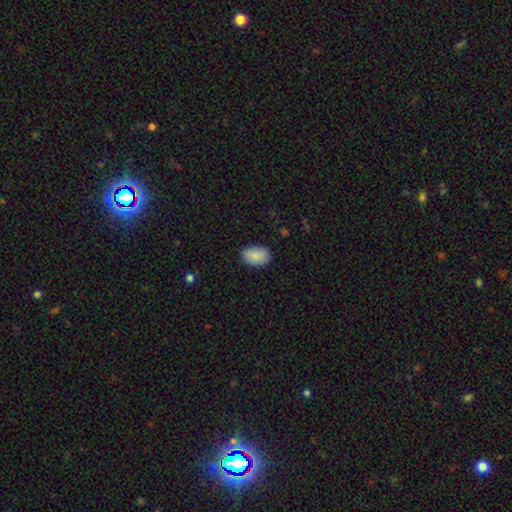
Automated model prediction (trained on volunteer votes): smooth_or_featured: smooth (p=0.89) [alt: star or artifact p=0.06]
how_rounded: in between (p=0.89) [alt: round p=0.10]
merging: none (p=0.86) [alt: minor disturbance p=0.11]